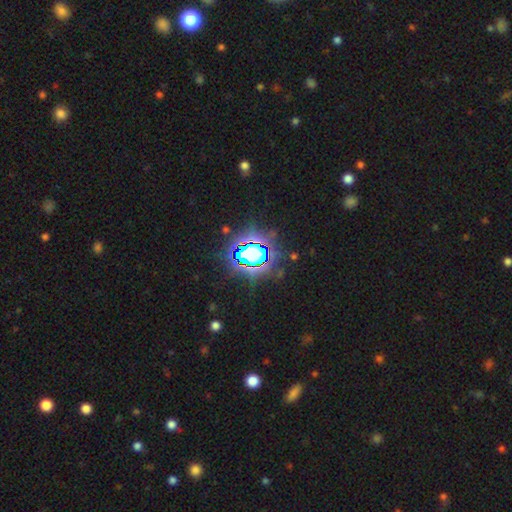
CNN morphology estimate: star or artifact 75%, smooth 14%, featured or disk 11%.